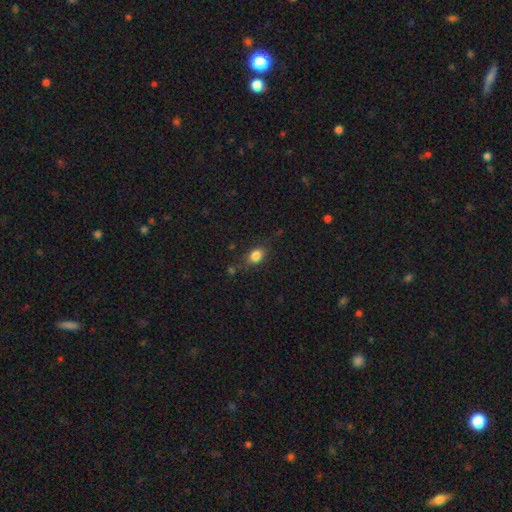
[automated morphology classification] Smooth or featured? Predicted: smooth (p=0.82). How rounded? Predicted: in between (p=0.64). Merging? Predicted: none (p=0.72).